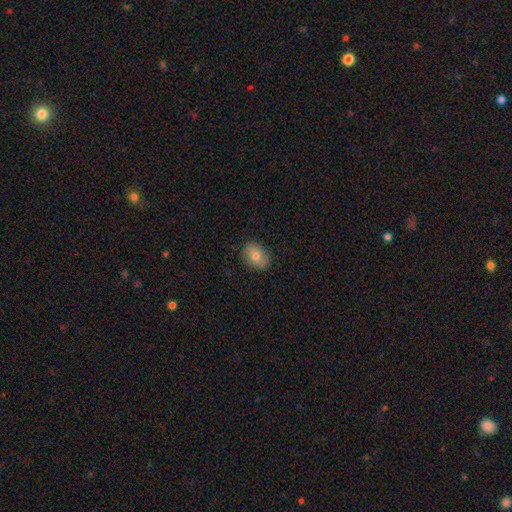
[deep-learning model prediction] Overall: smooth (74%). How rounded: in between (69%). Merging: none (86%).